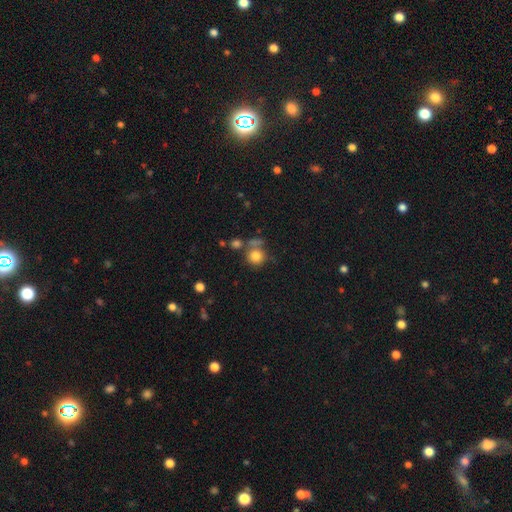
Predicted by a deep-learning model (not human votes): Smooth or featured?
  - smooth: 80% *
  - star or artifact: 11%
  - featured or disk: 9%
How rounded?
  - round: 88% *
  - in between: 11%
  - cigar-shaped: 1%
Merging?
  - none: 57% *
  - merger: 22%
  - minor disturbance: 13%
  - major disturbance: 8%